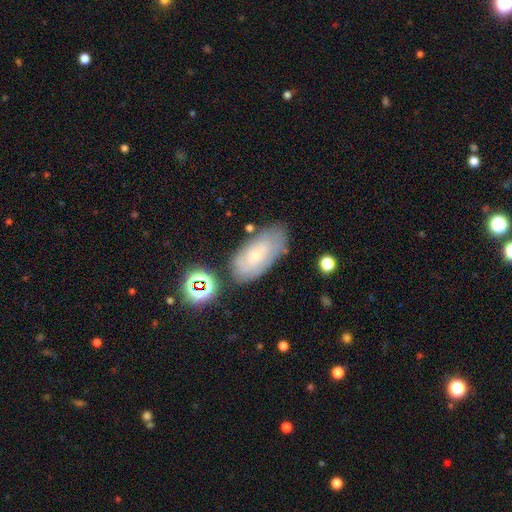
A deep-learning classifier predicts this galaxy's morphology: This appears to be a smooth galaxy with no disk features (46%). Merging: none (69%).